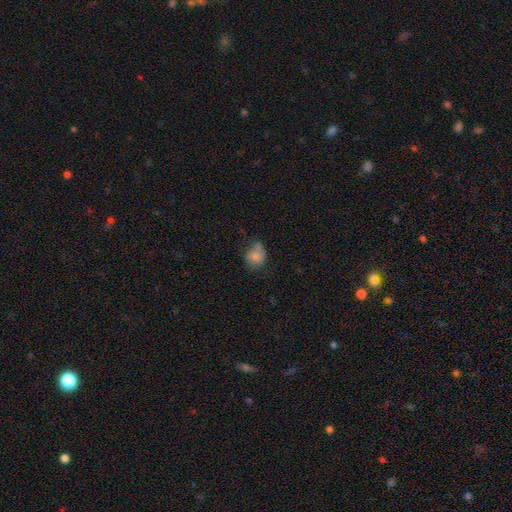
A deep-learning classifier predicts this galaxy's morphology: Smooth or featured? smooth (76%)
How rounded? round (57%)
Merging? none (43%)